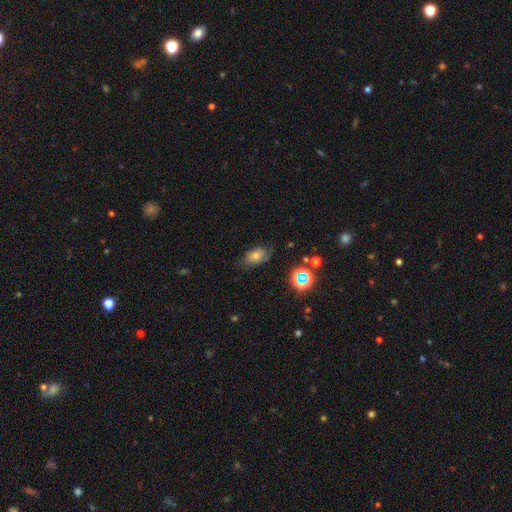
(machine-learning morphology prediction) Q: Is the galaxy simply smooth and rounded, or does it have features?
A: smooth — 61%.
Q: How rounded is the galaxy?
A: in between — 83%.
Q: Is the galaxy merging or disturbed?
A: none — 65%.